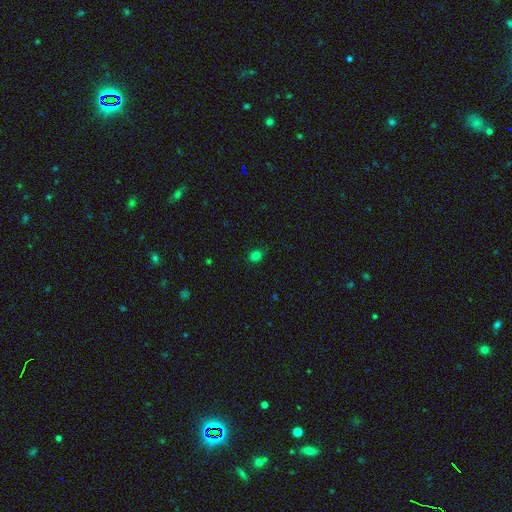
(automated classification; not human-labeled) Smooth or featured? smooth (79%)
How rounded? round (66%)
Merging? none (85%)